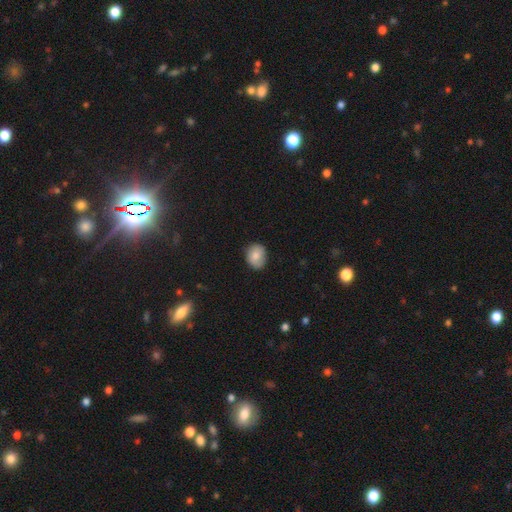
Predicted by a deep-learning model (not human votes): A smooth galaxy with no disk features (79%) that is round (57%). Merging: none (81%).